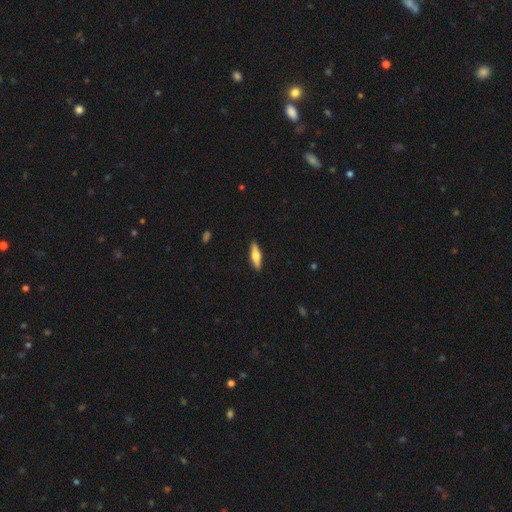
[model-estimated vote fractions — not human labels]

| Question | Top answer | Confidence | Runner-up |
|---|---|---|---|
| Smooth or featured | smooth | 51% | featured or disk (43%) |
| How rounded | cigar-shaped | 60% | in between (37%) |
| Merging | none | 90% | minor disturbance (7%) |